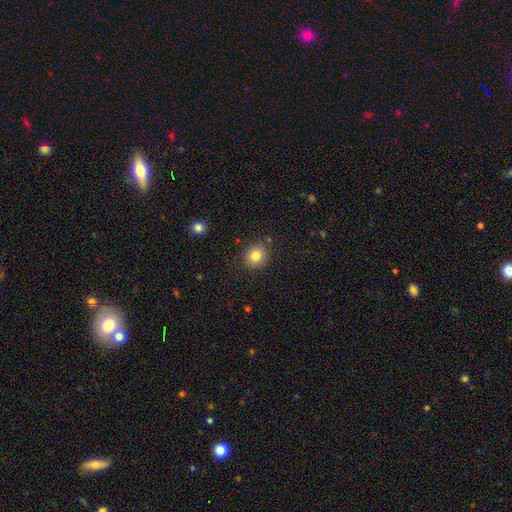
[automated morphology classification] Smooth or featured? Predicted: smooth (p=0.81). How rounded? Predicted: round (p=0.81). Merging? Predicted: none (p=0.87).